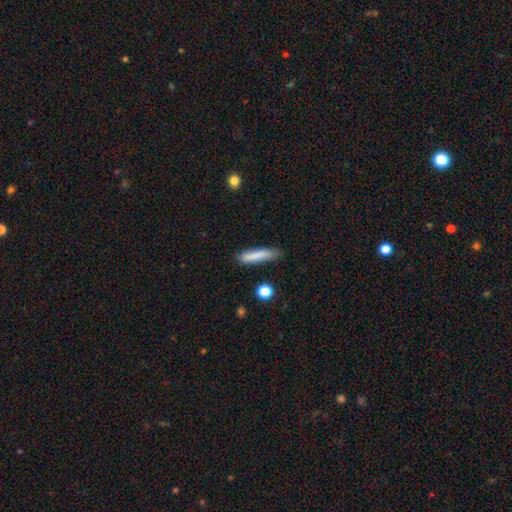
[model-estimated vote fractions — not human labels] A smooth galaxy with no disk features (82%) that is cigar-shaped (86%). Merging: none (79%).